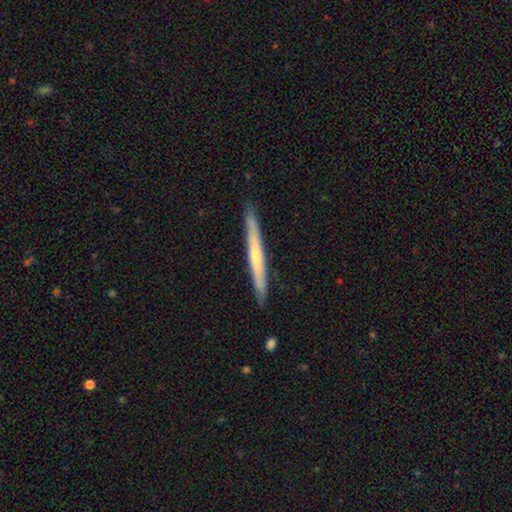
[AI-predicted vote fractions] Morphology: type=featured or disk (60%); edge-on=yes (97%); edge-on bulge=rounded (53%); merging=none (91%).